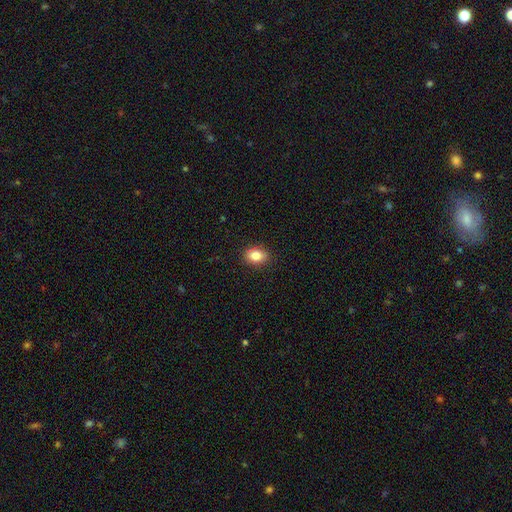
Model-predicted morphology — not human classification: This is clearly a smooth galaxy (84%). How rounded: likely in between (68%). Merging: clearly none (89%).